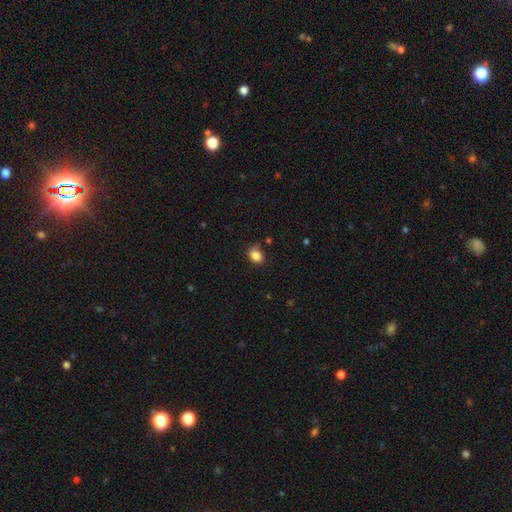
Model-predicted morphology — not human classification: Smooth or featured?
  - smooth: 83% *
  - star or artifact: 10%
  - featured or disk: 7%
How rounded?
  - in between: 55% *
  - round: 44%
  - cigar-shaped: 1%
Merging?
  - none: 56% *
  - minor disturbance: 29%
  - major disturbance: 9%
  - merger: 6%